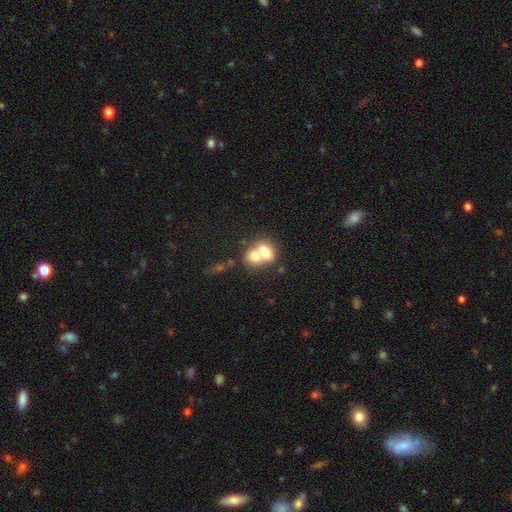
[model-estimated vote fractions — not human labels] A smooth galaxy with no disk features (72%) that is in between round and cigar-shaped (64%).

Vote fractions:
- Smooth or featured? smooth: 72% / featured or disk: 20% / star or artifact: 9%
- How rounded? in between: 64% / round: 34% / cigar-shaped: 2%
- Merging? merger: 71% / none: 20% / minor disturbance: 6% / major disturbance: 4%